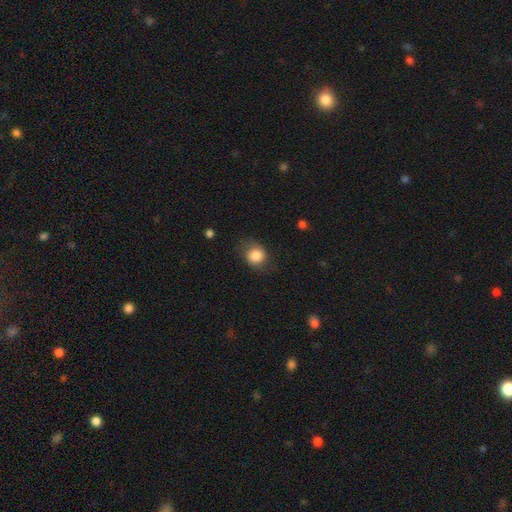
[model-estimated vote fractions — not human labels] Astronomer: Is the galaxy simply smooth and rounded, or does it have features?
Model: smooth — 84%.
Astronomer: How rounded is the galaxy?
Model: round — 70%.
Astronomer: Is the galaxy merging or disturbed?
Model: none — 71%.